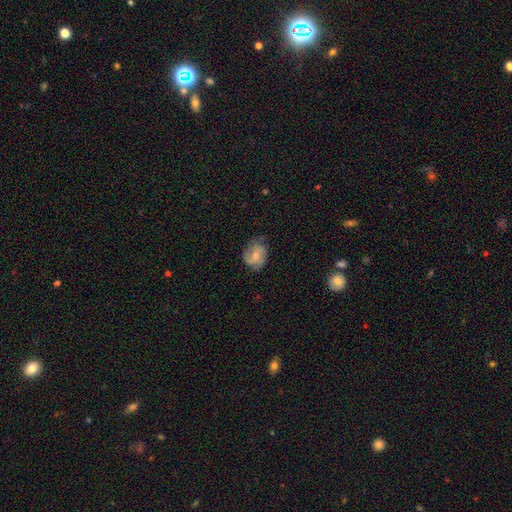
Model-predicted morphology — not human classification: Q: Smooth or featured?
A: featured or disk (46%); tied with: smooth (46%)
Q: Merging?
A: none (58%); runner-up: minor disturbance (29%)